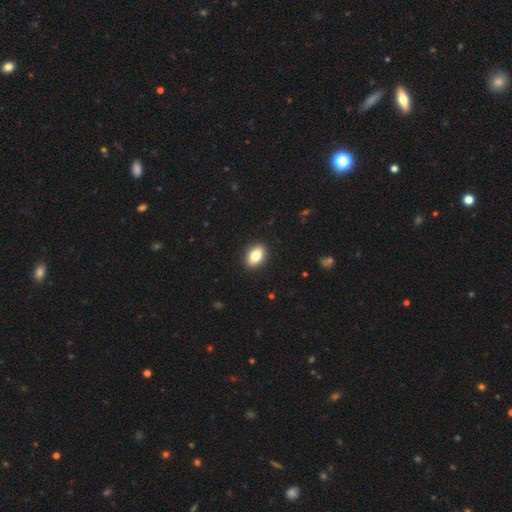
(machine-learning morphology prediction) This appears to be a smooth galaxy with no disk features (82%) that is in between round and cigar-shaped (85%). Merging: none (91%).